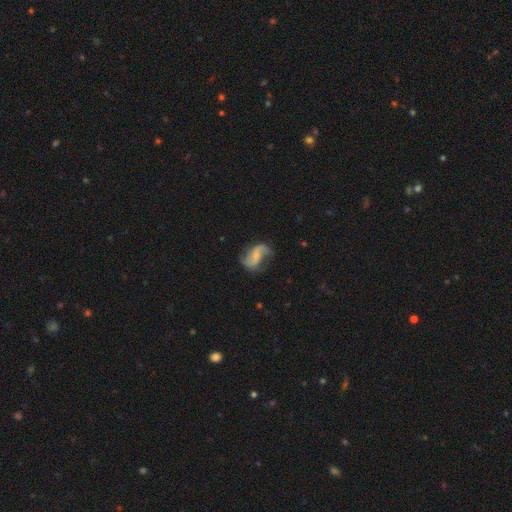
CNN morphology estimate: featured or disk 82%, smooth 12%, star or artifact 6%. Down the decision tree: edge-on disk — no (97%); bar — weak (45%); spiral arms — yes (94%); spiral arm count — 2 (90%); spiral winding — loose (66%); bulge size — small (57%); merging — none (66%).